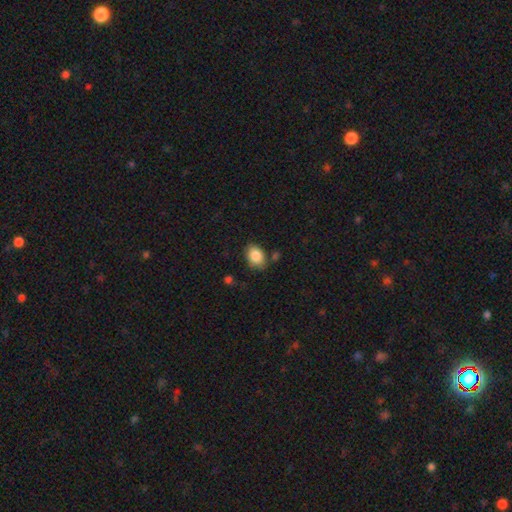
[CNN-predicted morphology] This is clearly a smooth galaxy (86%). How rounded: likely in between (78%). Merging: likely none (75%).